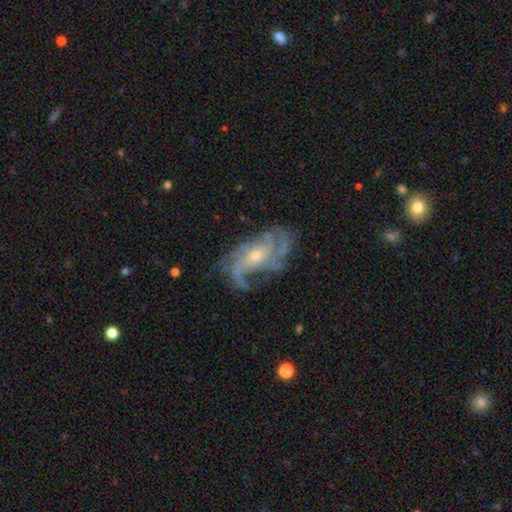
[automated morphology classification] featured or disk 87%, star or artifact 7%, smooth 6%. Down the decision tree: edge-on disk — no (96%); bar — no (66%); spiral arms — yes (96%); spiral arm count — 4 (25%); spiral winding — medium (43%); bulge size — small (59%); merging — none (65%).